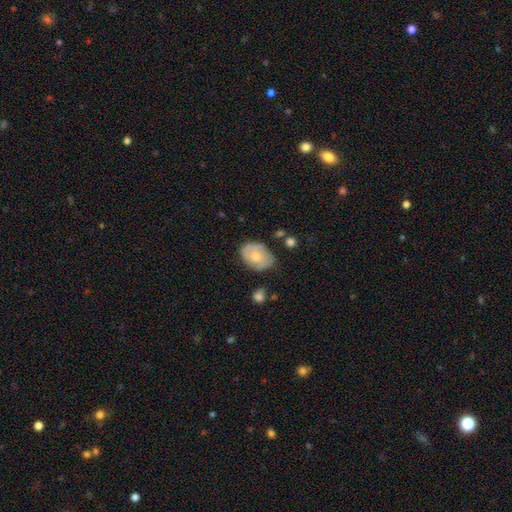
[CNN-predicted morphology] smooth_or_featured: smooth (p=0.59) [alt: featured or disk p=0.35]
how_rounded: in between (p=0.81) [alt: round p=0.18]
merging: none (p=0.63) [alt: minor disturbance p=0.27]